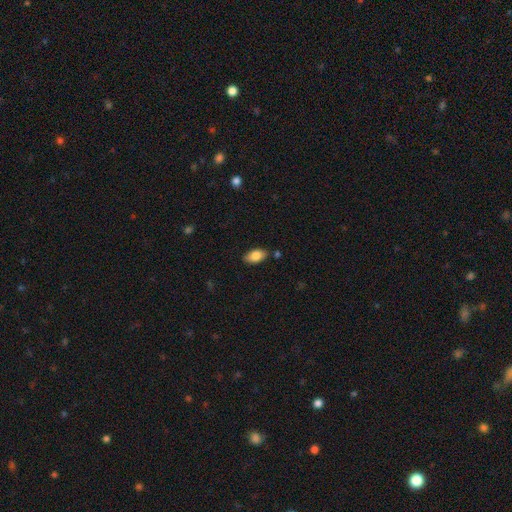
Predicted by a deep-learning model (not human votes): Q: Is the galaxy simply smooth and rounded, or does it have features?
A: smooth — 83%.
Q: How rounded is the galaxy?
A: in between — 93%.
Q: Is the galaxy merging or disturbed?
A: none — 83%.